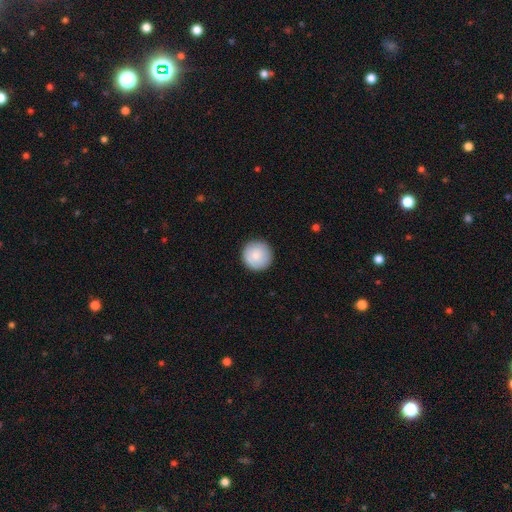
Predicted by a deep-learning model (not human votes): Morphology: type=smooth (86%); roundness=round (97%); merging=none (92%).